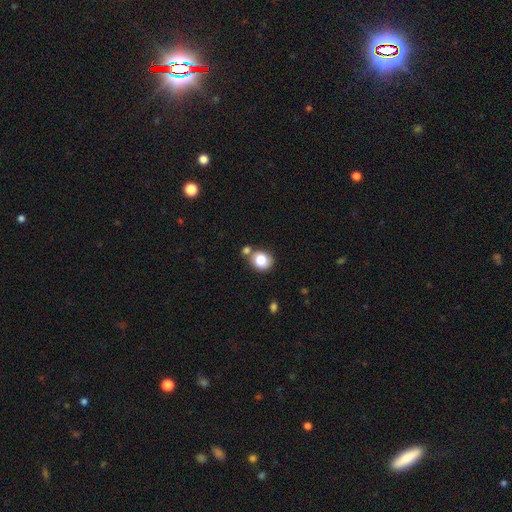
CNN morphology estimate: smooth_or_featured: smooth (p=0.79) [alt: star or artifact p=0.13]
how_rounded: round (p=0.80) [alt: in between p=0.19]
merging: none (p=0.76) [alt: merger p=0.12]